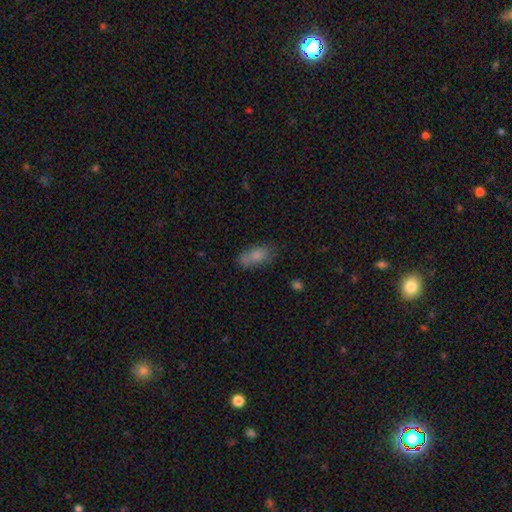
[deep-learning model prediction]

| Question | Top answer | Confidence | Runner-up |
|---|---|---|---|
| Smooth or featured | smooth | 78% | featured or disk (13%) |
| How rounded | in between | 86% | cigar-shaped (9%) |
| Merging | none | 57% | minor disturbance (22%) |